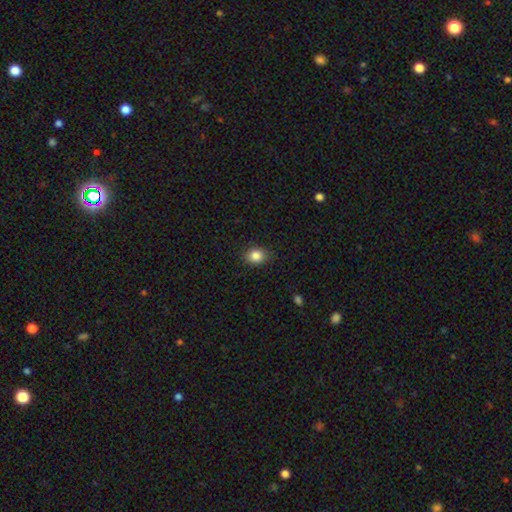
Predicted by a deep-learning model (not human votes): smooth 85%, star or artifact 10%, featured or disk 5%. Down the decision tree: how rounded — round (58%); merging — none (87%).